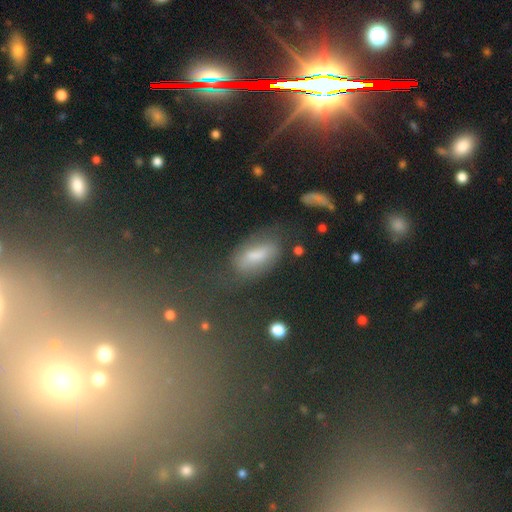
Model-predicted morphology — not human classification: Smooth or featured: smooth — 61% (featured or disk — 27%)
How rounded: in between — 80% (cigar-shaped — 15%)
Merging: none — 63% (minor disturbance — 22%)